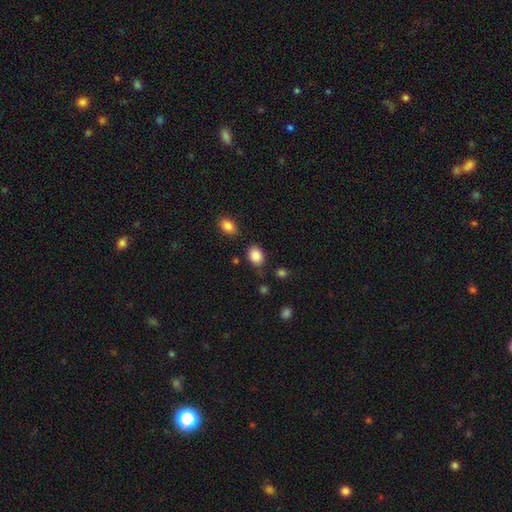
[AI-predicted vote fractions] smooth 87%, star or artifact 8%, featured or disk 5%. Down the decision tree: how rounded — in between (66%); merging — none (79%).